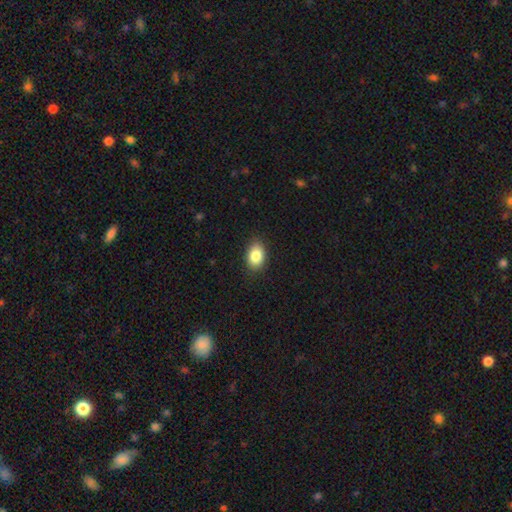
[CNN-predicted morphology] Smooth or featured? smooth (84%)
How rounded? in between (83%)
Merging? none (87%)